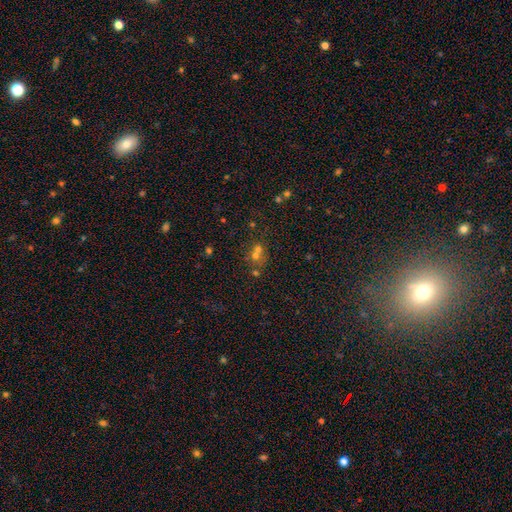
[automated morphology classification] Smooth or featured: smooth — 50% (star or artifact — 32%)
How rounded: round — 75% (in between — 23%)
Merging: merger — 46% (none — 42%)